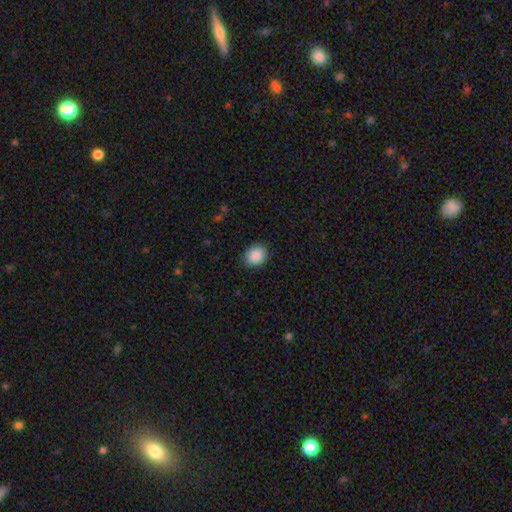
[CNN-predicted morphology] This is clearly a smooth galaxy (90%). How rounded: possibly round (59%). Merging: clearly none (88%).